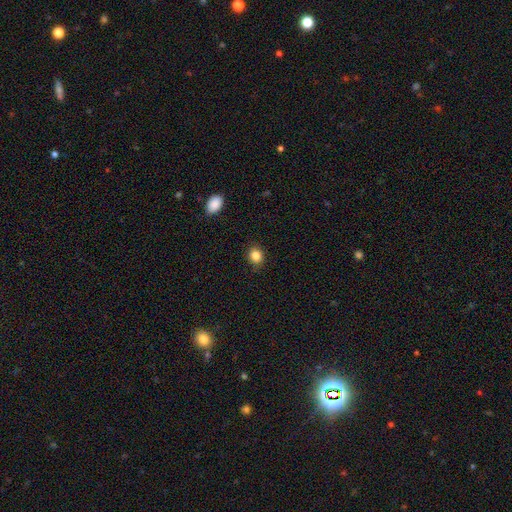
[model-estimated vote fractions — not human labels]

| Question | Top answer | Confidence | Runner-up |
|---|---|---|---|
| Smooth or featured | smooth | 85% | star or artifact (11%) |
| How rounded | round | 64% | in between (35%) |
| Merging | none | 88% | minor disturbance (9%) |